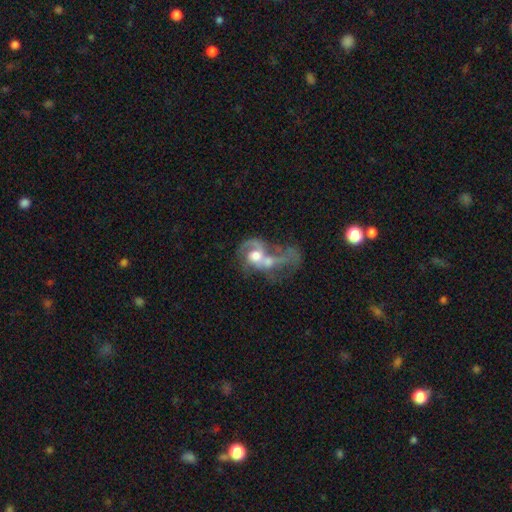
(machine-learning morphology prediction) smooth_or_featured: featured or disk (p=0.69) [alt: smooth p=0.23]
disk_edge_on: no (p=0.97) [alt: yes p=0.03]
bar: no (p=0.73) [alt: weak p=0.21]
has_spiral_arms: yes (p=0.68) [alt: no p=0.32]
bulge_size: moderate (p=0.53) [alt: large p=0.29]
merging: merger (p=0.60) [alt: major disturbance p=0.24]